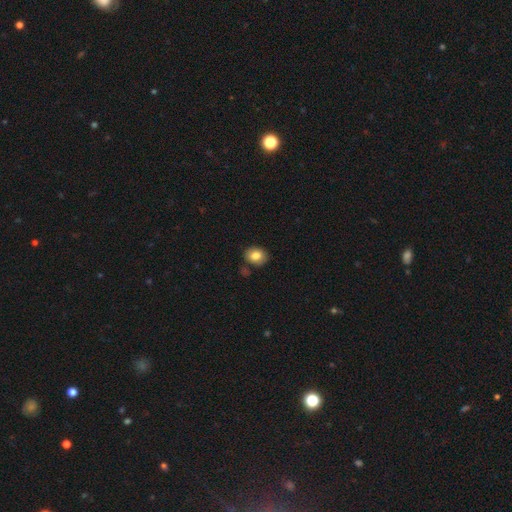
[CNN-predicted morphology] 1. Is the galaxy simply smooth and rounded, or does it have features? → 81% smooth, 10% featured or disk, 9% star or artifact.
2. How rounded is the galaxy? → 53% round, 47% in between, 1% cigar-shaped.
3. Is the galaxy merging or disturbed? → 82% none, 11% minor disturbance, 5% merger, 2% major disturbance.